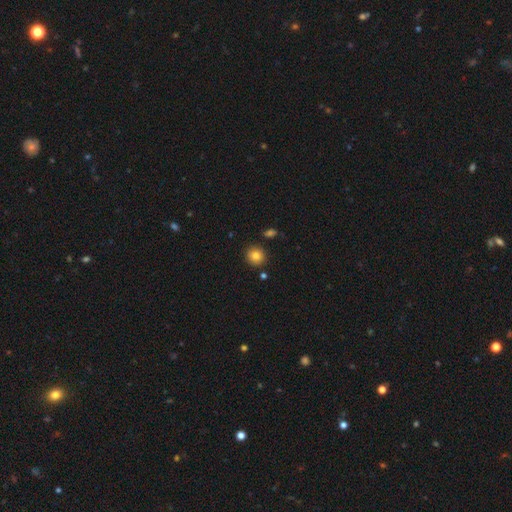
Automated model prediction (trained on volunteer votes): Smooth or featured?
  - smooth: 83% *
  - star or artifact: 10%
  - featured or disk: 6%
How rounded?
  - round: 91% *
  - in between: 8%
  - cigar-shaped: 1%
Merging?
  - none: 88% *
  - minor disturbance: 7%
  - merger: 3%
  - major disturbance: 2%